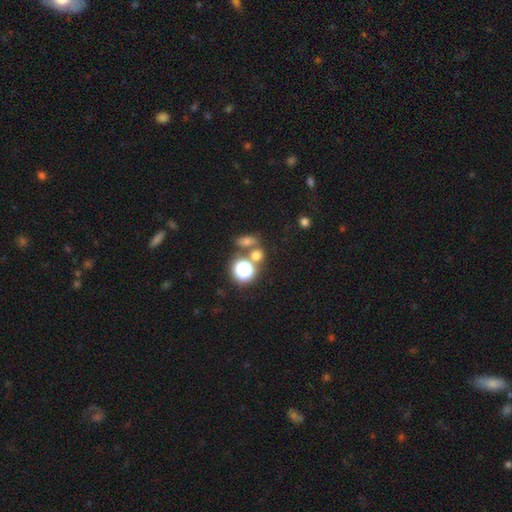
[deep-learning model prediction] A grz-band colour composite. It shows a smooth galaxy with no disk features (64%) that is round (68%). Merging: none (60%).